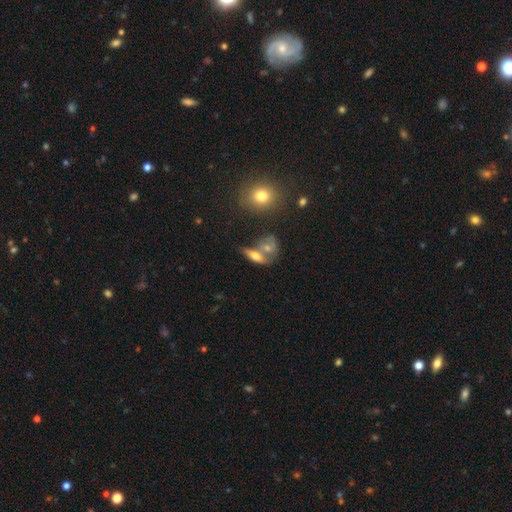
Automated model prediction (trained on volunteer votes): A smooth galaxy with no disk features (54%) that is in between round and cigar-shaped (57%). Merging: merger (42%).